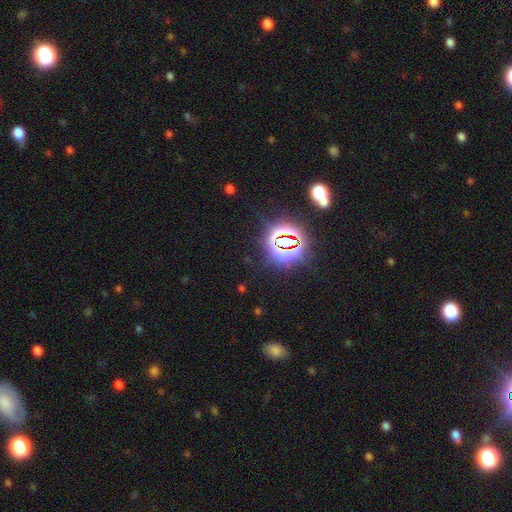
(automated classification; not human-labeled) Smooth or featured? star or artifact (82%)